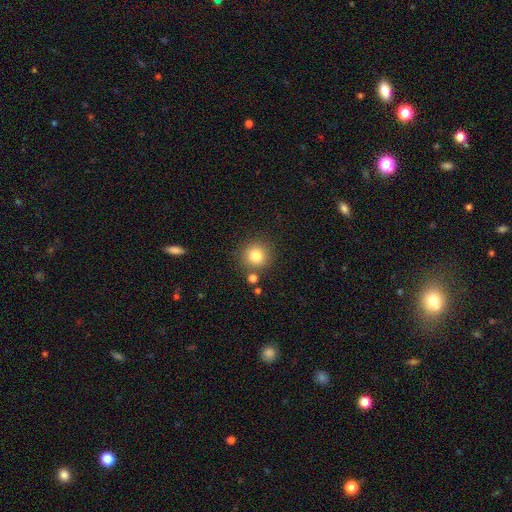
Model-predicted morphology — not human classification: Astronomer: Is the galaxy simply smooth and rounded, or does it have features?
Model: smooth — 81%.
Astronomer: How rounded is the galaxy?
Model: round — 93%.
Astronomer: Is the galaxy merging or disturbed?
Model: none — 83%.